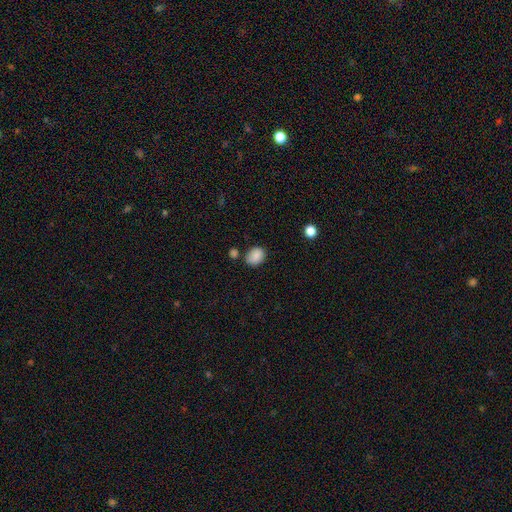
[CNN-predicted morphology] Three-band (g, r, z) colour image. It shows a smooth galaxy with no disk features (86%) that is in between round and cigar-shaped (56%). Merging: none (72%).